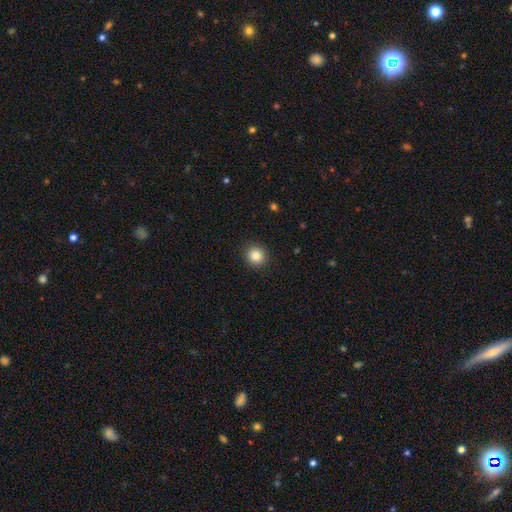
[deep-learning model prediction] This appears to be a smooth galaxy with no disk features (85%) that is round (92%). Merging: none (92%).